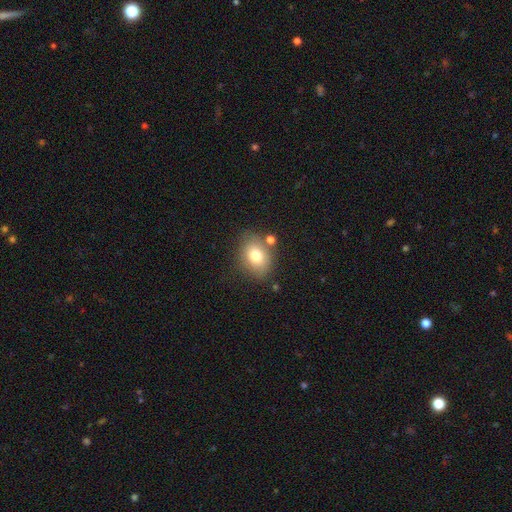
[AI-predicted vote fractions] smooth_or_featured: smooth (p=0.77) [alt: featured or disk p=0.13]
how_rounded: in between (p=0.63) [alt: round p=0.36]
merging: none (p=0.75) [alt: minor disturbance p=0.14]